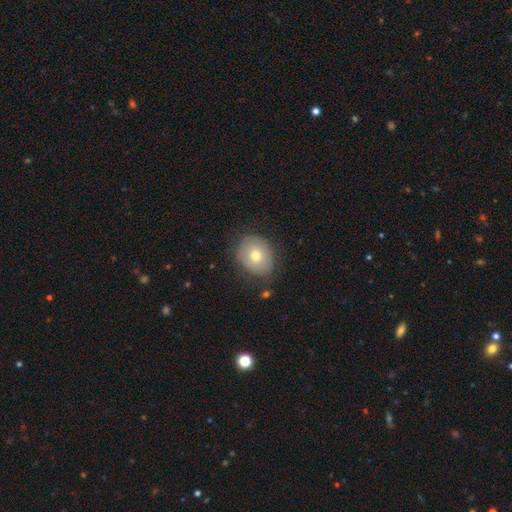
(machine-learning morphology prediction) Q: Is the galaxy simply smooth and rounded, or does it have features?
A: smooth — 67%.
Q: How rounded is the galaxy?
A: round — 59%.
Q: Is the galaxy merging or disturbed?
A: none — 76%.